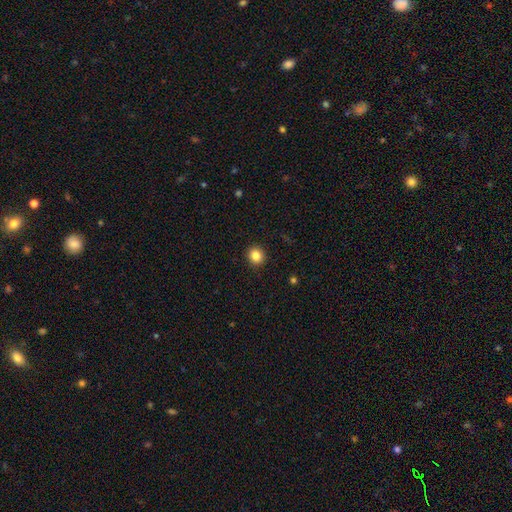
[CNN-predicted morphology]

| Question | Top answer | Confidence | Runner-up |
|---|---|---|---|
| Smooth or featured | smooth | 85% | star or artifact (11%) |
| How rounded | round | 86% | in between (13%) |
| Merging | none | 92% | minor disturbance (6%) |